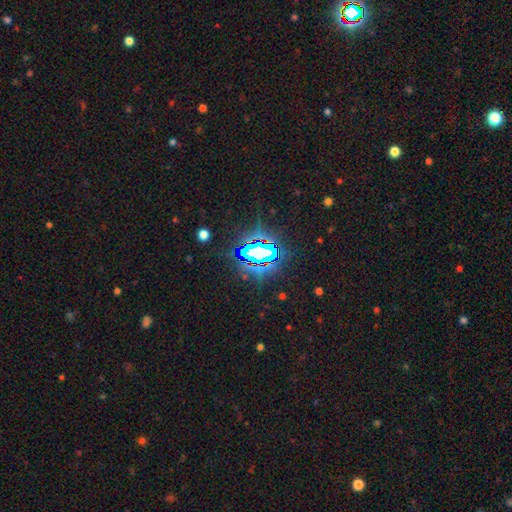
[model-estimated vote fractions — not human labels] A star or artifact, not a galaxy (75%).

Vote fractions:
- Smooth or featured? star or artifact: 75% / smooth: 14% / featured or disk: 12%